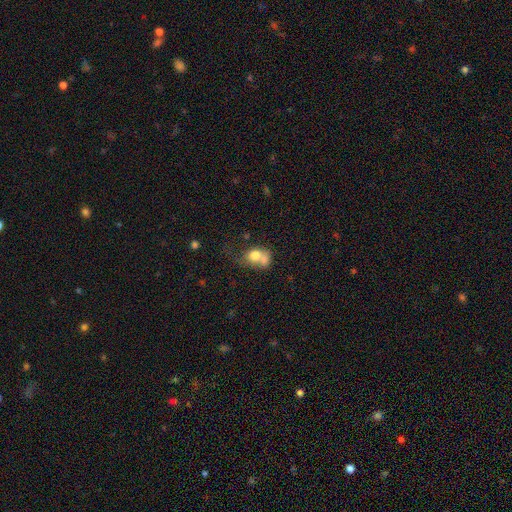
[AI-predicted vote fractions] Smooth or featured: smooth — 72% (featured or disk — 19%)
How rounded: in between — 50% (round — 49%)
Merging: merger — 56% (none — 20%)